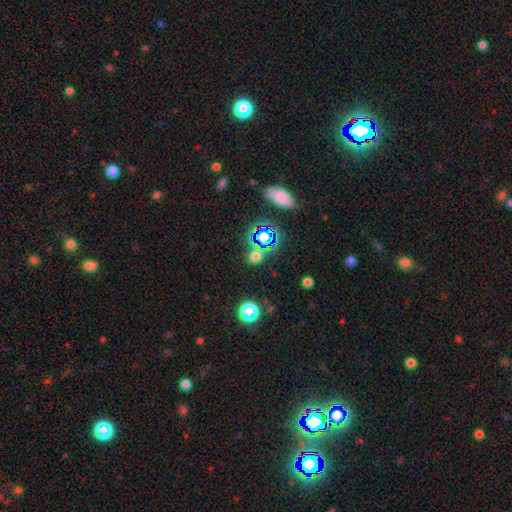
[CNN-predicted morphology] Smooth or featured: smooth — 54% (star or artifact — 39%)
How rounded: round — 72% (in between — 26%)
Merging: none — 77% (minor disturbance — 9%)